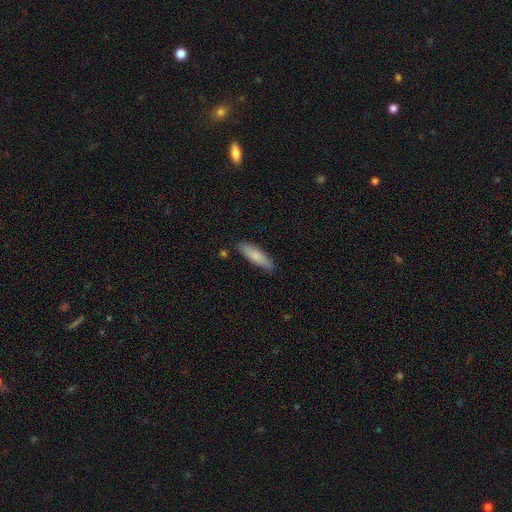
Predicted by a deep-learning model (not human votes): Overall: smooth (78%). How rounded: cigar-shaped (59%; in between 39%). Merging: none (82%).